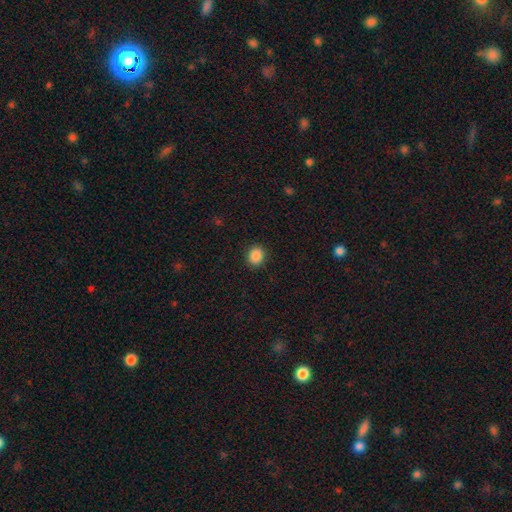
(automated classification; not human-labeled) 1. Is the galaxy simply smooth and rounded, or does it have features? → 88% smooth, 9% star or artifact, 3% featured or disk.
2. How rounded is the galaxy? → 65% round, 34% in between, 1% cigar-shaped.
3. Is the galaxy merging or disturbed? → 91% none, 6% minor disturbance, 2% major disturbance, 1% merger.